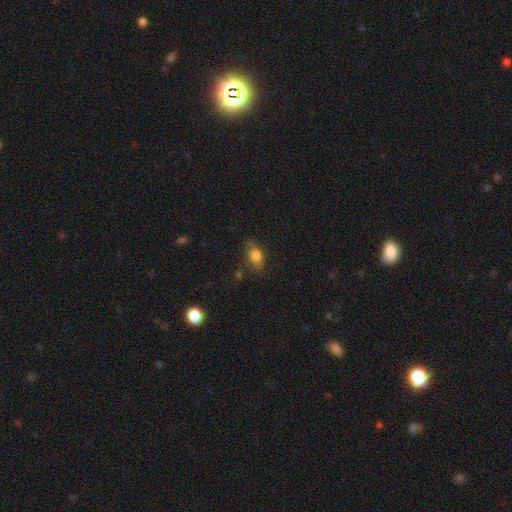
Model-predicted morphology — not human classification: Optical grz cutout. It shows a smooth galaxy with no disk features (80%) that is in between round and cigar-shaped (81%). Merging: none (71%).